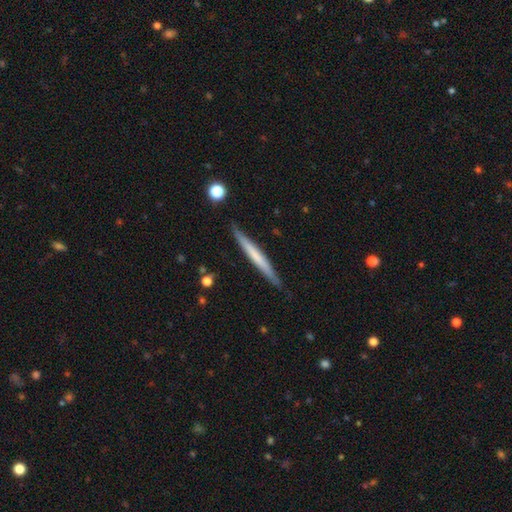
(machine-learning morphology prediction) type=smooth (51%); roundness=cigar-shaped (97%); merging=none (89%).